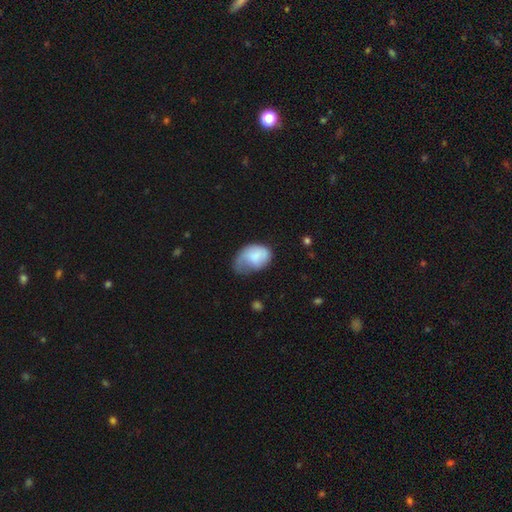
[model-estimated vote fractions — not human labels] This is likely a smooth galaxy (66%). How rounded: clearly in between (81%). Merging: marginally major disturbance (38%).